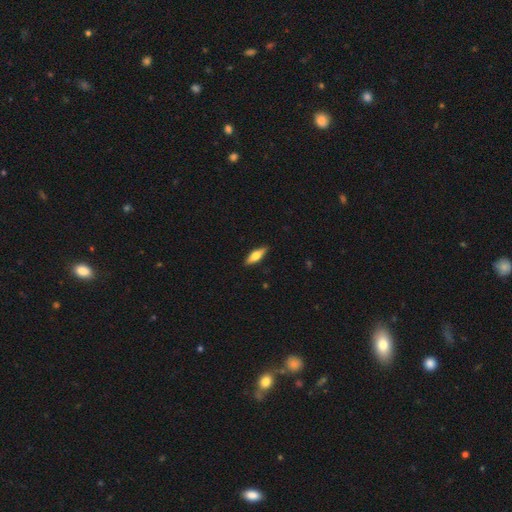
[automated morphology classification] Overall: smooth (51%; featured or disk 43%). How rounded: in between (52%; cigar-shaped 45%). Merging: none (89%).